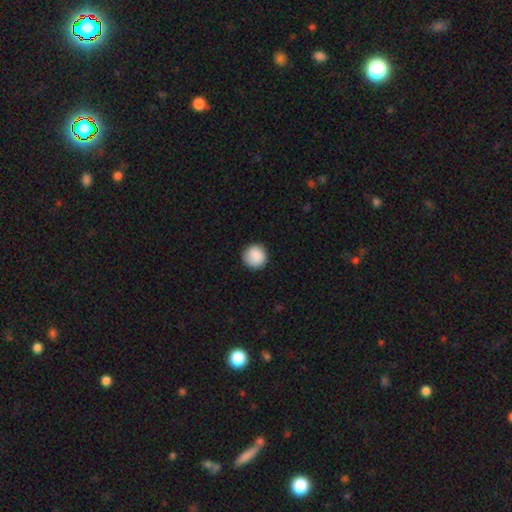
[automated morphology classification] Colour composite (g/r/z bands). It shows a smooth galaxy with no disk features (89%) that is round (95%). Merging: none (89%).